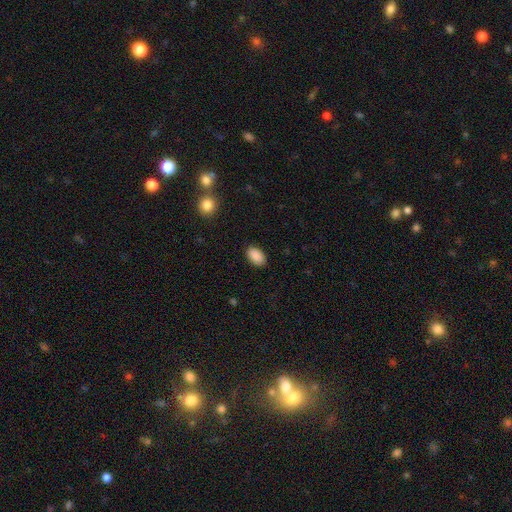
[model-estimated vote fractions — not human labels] Smooth or featured? Predicted: smooth (p=0.90). How rounded? Predicted: in between (p=0.93). Merging? Predicted: none (p=0.89).